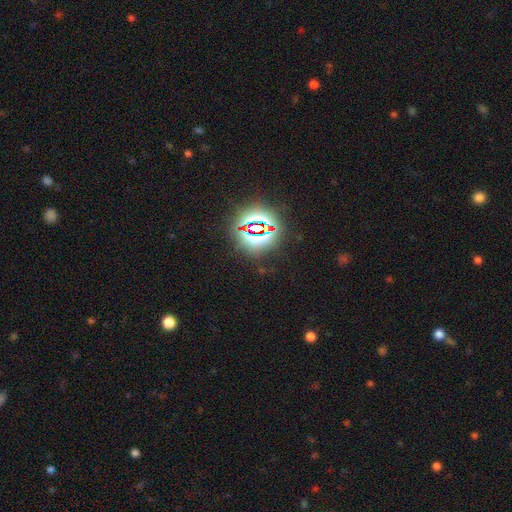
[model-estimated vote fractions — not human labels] smooth_or_featured: star or artifact (p=0.80) [alt: smooth p=0.12]